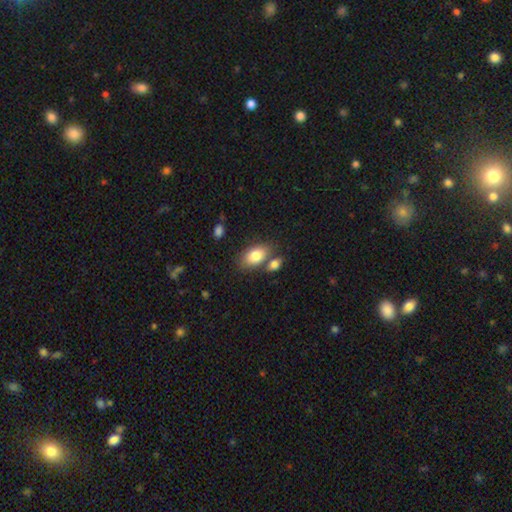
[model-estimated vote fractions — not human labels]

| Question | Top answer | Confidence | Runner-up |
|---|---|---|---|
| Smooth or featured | smooth | 82% | featured or disk (11%) |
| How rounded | in between | 90% | round (8%) |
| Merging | none | 61% | merger (23%) |